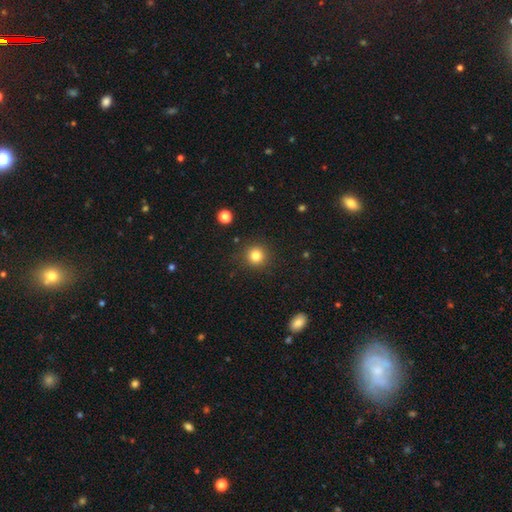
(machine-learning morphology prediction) Smooth or featured? Predicted: smooth (p=0.82). How rounded? Predicted: round (p=0.94). Merging? Predicted: none (p=0.89).